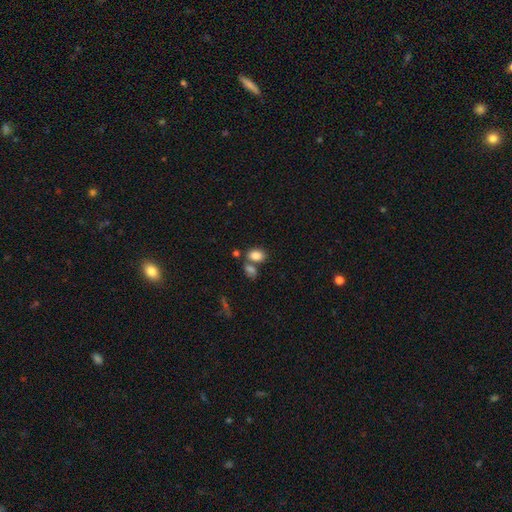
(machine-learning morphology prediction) smooth_or_featured: smooth (p=0.83) [alt: star or artifact p=0.10]
how_rounded: in between (p=0.80) [alt: round p=0.18]
merging: none (p=0.54) [alt: merger p=0.30]